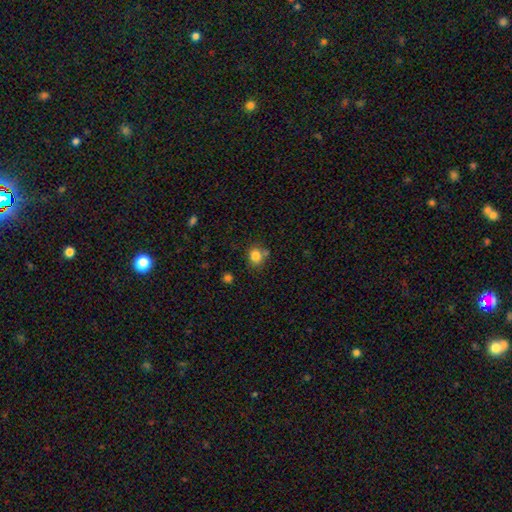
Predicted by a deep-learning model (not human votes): Q: Smooth or featured?
A: smooth (82%); runner-up: star or artifact (11%)
Q: How rounded?
A: round (76%); runner-up: in between (23%)
Q: Merging?
A: none (68%); runner-up: minor disturbance (14%)